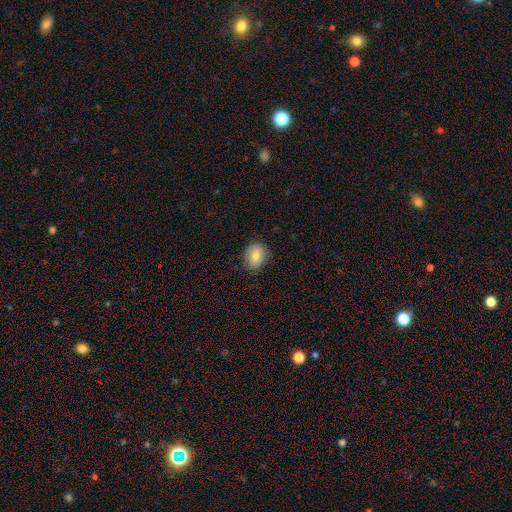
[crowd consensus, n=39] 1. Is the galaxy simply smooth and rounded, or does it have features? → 90% smooth, 5% featured or disk, 5% star or artifact.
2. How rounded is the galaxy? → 60% in between, 40% round, 0% cigar-shaped.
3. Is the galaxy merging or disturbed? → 86% none, 14% minor disturbance, 0% major disturbance, 0% merger.